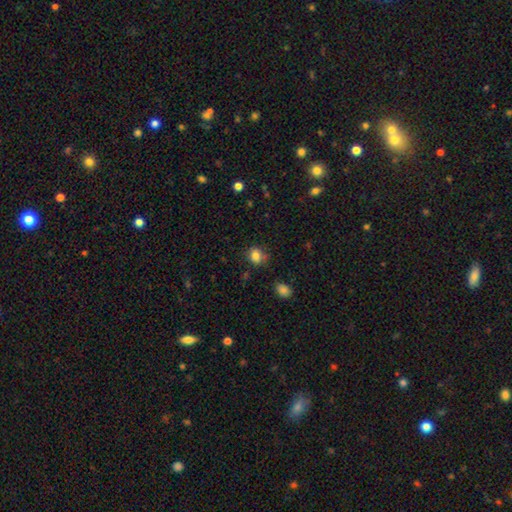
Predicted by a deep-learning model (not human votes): Smooth or featured: smooth — 82% (star or artifact — 11%)
How rounded: round — 61% (in between — 38%)
Merging: none — 73% (minor disturbance — 19%)